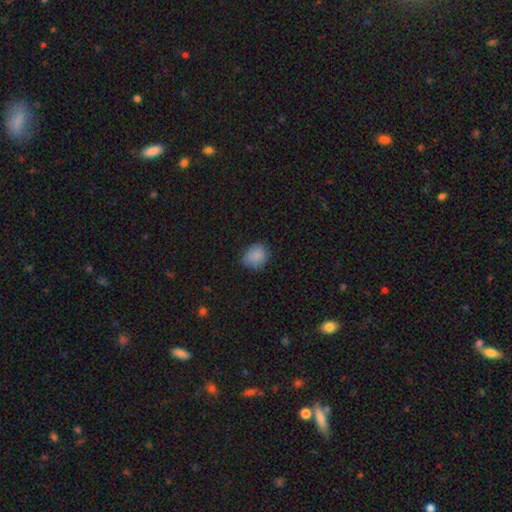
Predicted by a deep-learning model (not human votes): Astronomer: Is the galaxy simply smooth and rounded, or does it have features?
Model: smooth — 85%.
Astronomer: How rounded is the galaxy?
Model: round — 65%.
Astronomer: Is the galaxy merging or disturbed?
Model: none — 74%.